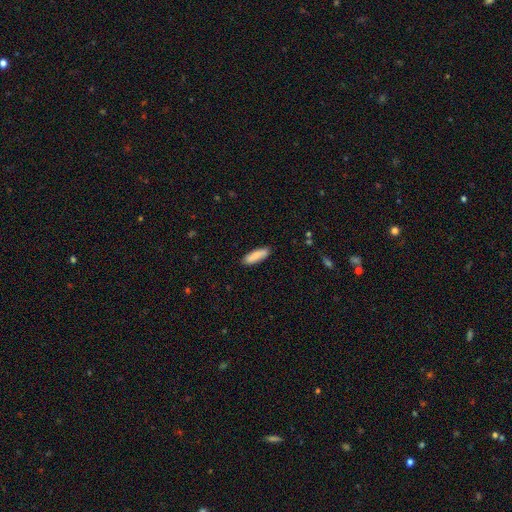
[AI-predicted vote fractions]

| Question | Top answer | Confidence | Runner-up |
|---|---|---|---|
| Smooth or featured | smooth | 85% | featured or disk (10%) |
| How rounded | cigar-shaped | 55% | in between (44%) |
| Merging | none | 88% | minor disturbance (9%) |